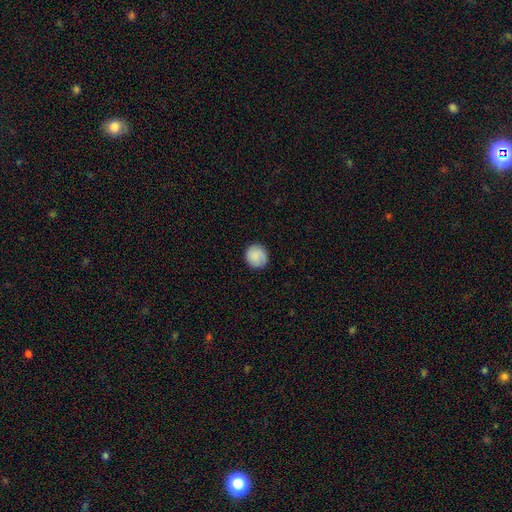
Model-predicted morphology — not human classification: Q: Smooth or featured?
A: smooth (84%); runner-up: featured or disk (9%)
Q: How rounded?
A: round (91%); runner-up: in between (8%)
Q: Merging?
A: none (85%); runner-up: minor disturbance (11%)